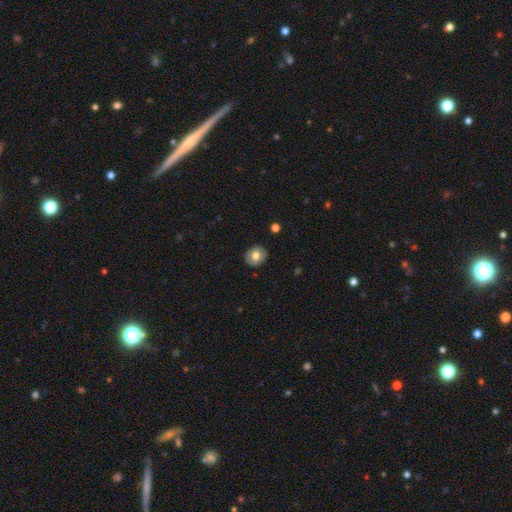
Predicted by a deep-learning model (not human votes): Q: Smooth or featured?
A: smooth (65%); runner-up: featured or disk (28%)
Q: How rounded?
A: round (76%); runner-up: in between (23%)
Q: Merging?
A: none (87%); runner-up: minor disturbance (10%)